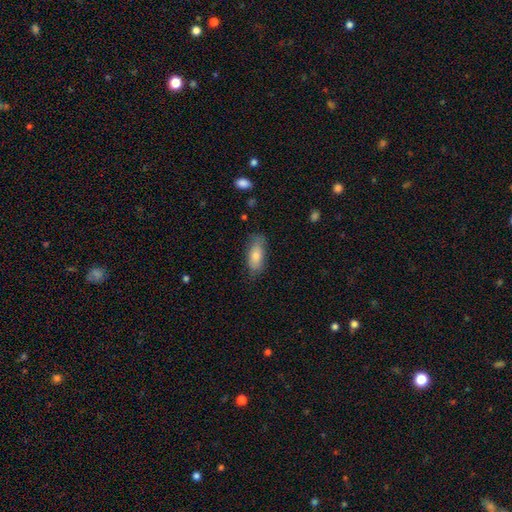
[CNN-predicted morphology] Smooth or featured?
  - smooth: 74% *
  - featured or disk: 19%
  - star or artifact: 7%
How rounded?
  - in between: 76% *
  - cigar-shaped: 21%
  - round: 2%
Merging?
  - none: 75% *
  - minor disturbance: 19%
  - major disturbance: 4%
  - merger: 1%